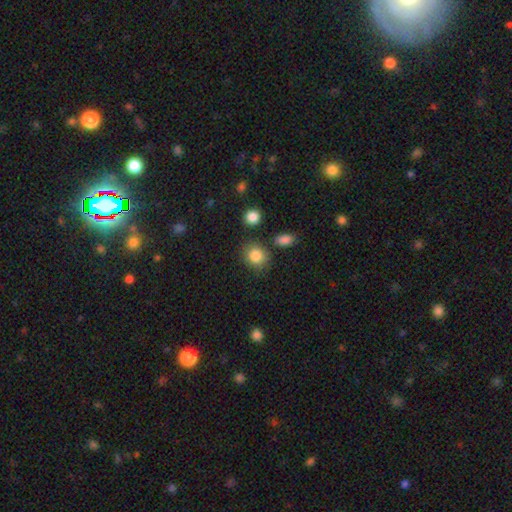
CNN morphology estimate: This is clearly a smooth galaxy (84%). How rounded: likely round (70%). Merging: likely none (79%).